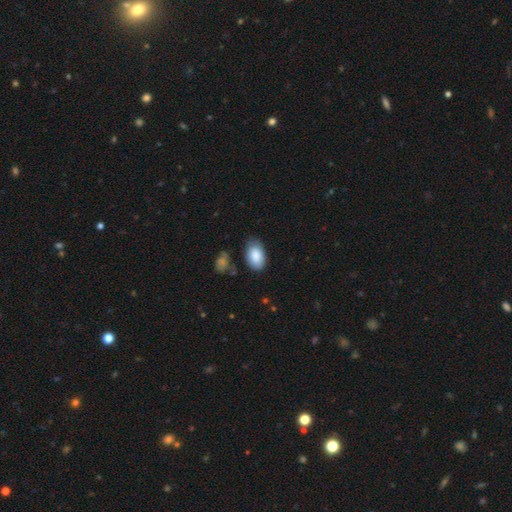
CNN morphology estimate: Q: Smooth or featured?
A: smooth (87%); runner-up: featured or disk (7%)
Q: How rounded?
A: in between (93%); runner-up: round (6%)
Q: Merging?
A: none (72%); runner-up: minor disturbance (20%)